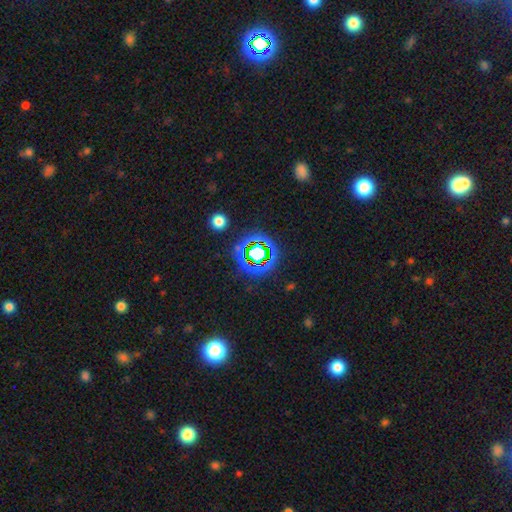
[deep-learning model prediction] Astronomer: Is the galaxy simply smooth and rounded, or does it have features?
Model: star or artifact — 68%.